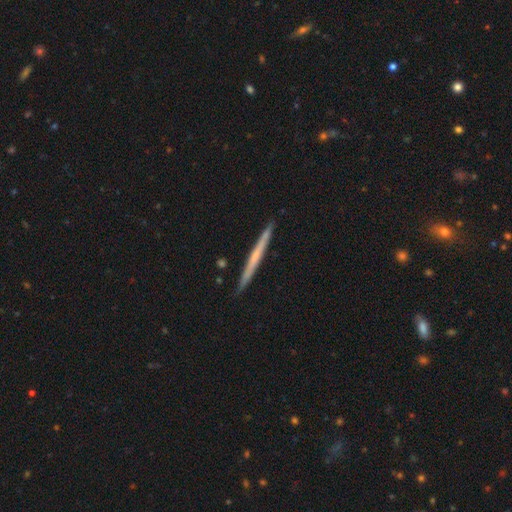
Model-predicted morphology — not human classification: Smooth or featured? featured or disk (56%)
Edge-on disk? yes (98%)
Edge-on bulge? none (78%)
Merging? none (92%)